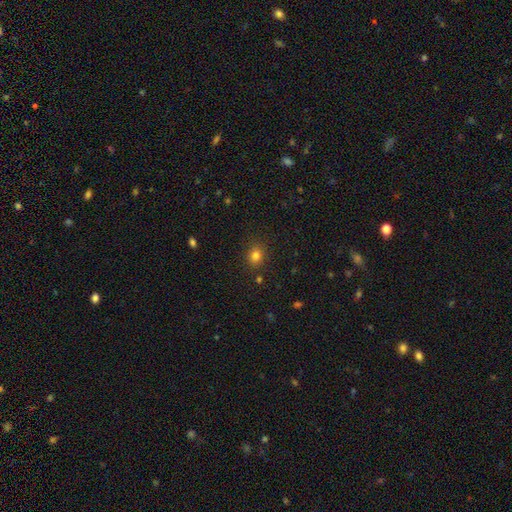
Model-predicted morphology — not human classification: This is clearly a smooth galaxy (80%). How rounded: likely round (68%). Merging: clearly none (86%).